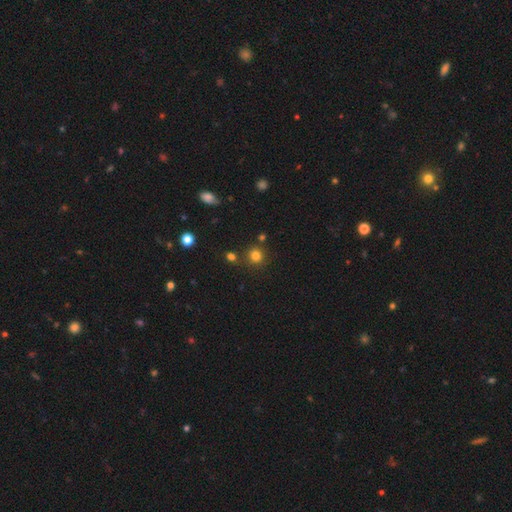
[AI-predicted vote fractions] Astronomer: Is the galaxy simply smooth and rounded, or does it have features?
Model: smooth — 79%.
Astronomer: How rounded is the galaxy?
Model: round — 92%.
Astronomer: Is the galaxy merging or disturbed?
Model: none — 83%.